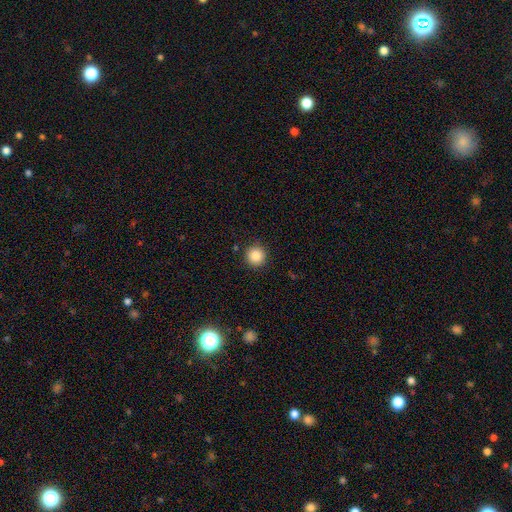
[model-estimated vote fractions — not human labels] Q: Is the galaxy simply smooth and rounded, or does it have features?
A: smooth — 87%.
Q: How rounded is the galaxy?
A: round — 95%.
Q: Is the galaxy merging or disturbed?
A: none — 90%.